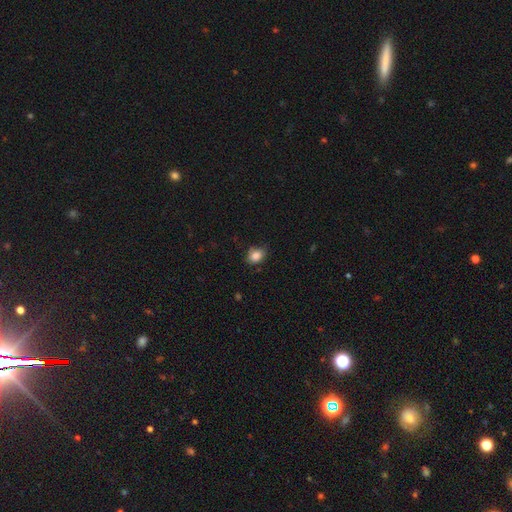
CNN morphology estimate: Smooth or featured? smooth (85%)
How rounded? in between (61%)
Merging? none (73%)